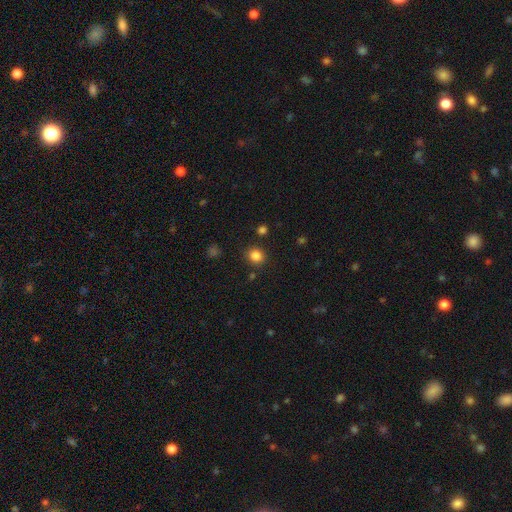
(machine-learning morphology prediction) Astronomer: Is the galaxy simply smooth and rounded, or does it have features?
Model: smooth — 83%.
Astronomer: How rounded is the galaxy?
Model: round — 78%.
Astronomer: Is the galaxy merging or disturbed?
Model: none — 87%.